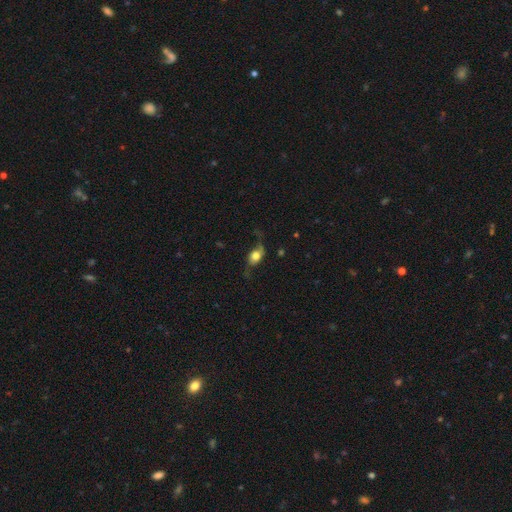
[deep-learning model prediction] A featured or disk galaxy (47%). Merging: none (58%).